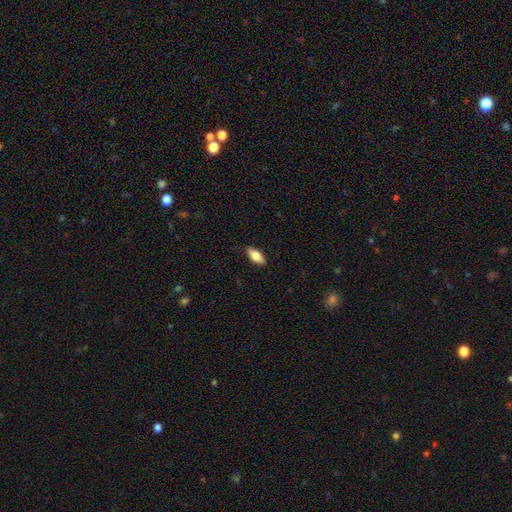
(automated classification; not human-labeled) A smooth galaxy with no disk features (75%) that is in between round and cigar-shaped (84%).

Vote fractions:
- Smooth or featured? smooth: 75% / featured or disk: 19% / star or artifact: 6%
- How rounded? in between: 84% / cigar-shaped: 13% / round: 3%
- Merging? none: 88% / minor disturbance: 9% / major disturbance: 2% / merger: 1%